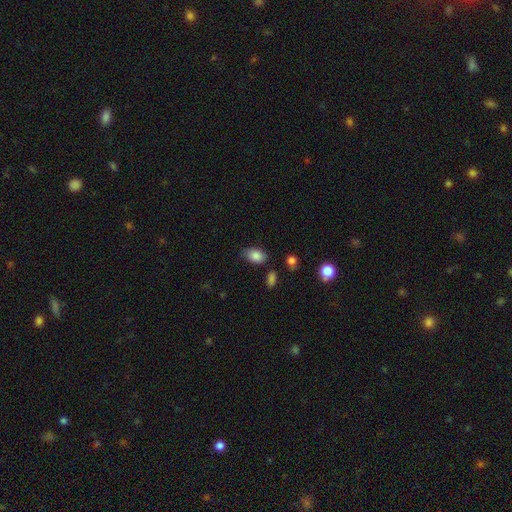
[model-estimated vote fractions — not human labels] This appears to be a smooth galaxy with no disk features (85%) that is in between round and cigar-shaped (86%). Merging: none (73%).